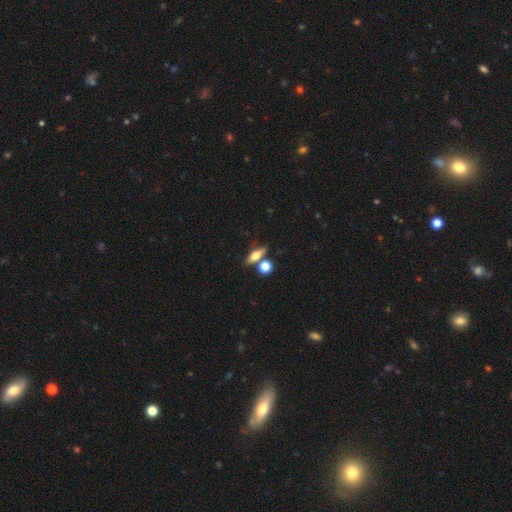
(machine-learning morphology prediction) This is possibly a smooth galaxy (55%). How rounded: possibly in between (51%). Merging: likely none (67%).